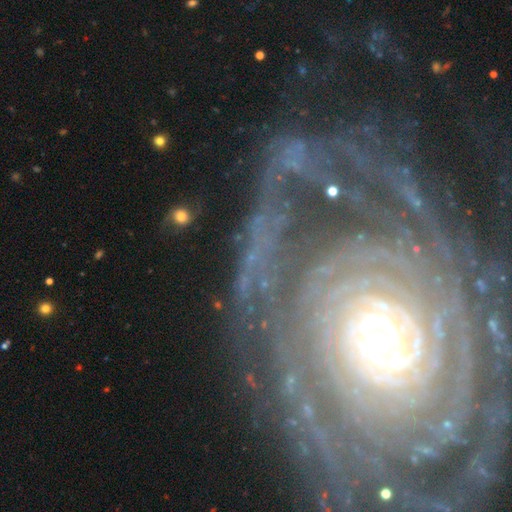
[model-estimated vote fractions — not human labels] Smooth or featured? featured or disk (87%)
Edge-on disk? no (96%)
Bar? no (43%)
Spiral arms? yes (95%)
Spiral winding? tight (81%)
Spiral arm count? can't tell (30%)
Bulge size? moderate (53%)
Merging? none (66%)